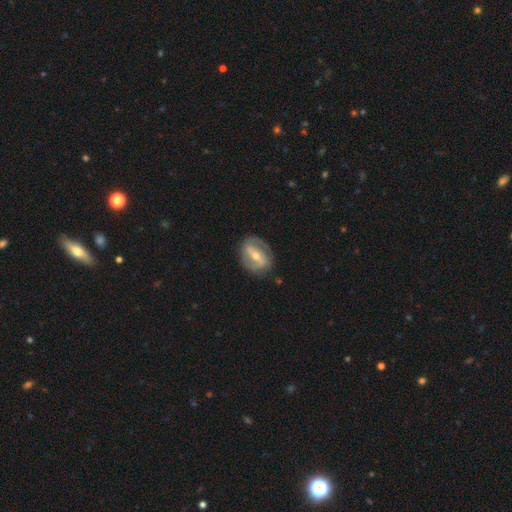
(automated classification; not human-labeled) Smooth or featured? Predicted: featured or disk (p=0.79). Edge-on disk? Predicted: no (p=0.94). Bar? Predicted: strong (p=0.57). Spiral arms? Predicted: yes (p=0.77). Spiral winding? Predicted: tight (p=0.42). Spiral arm count? Predicted: 2 (p=0.80). Bulge size? Predicted: moderate (p=0.53). Merging? Predicted: none (p=0.79).